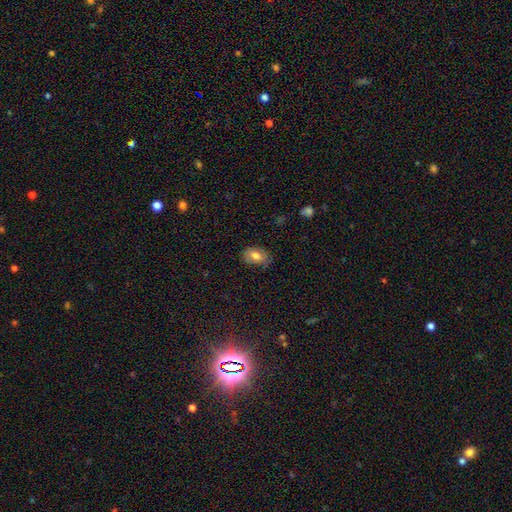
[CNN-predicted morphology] smooth-or-featured: smooth: 77% | featured or disk: 15% | star or artifact: 8%
  how-rounded: in between: 88% | round: 11% | cigar-shaped: 1%
  merging: none: 75% | minor disturbance: 20% | major disturbance: 4% | merger: 1%